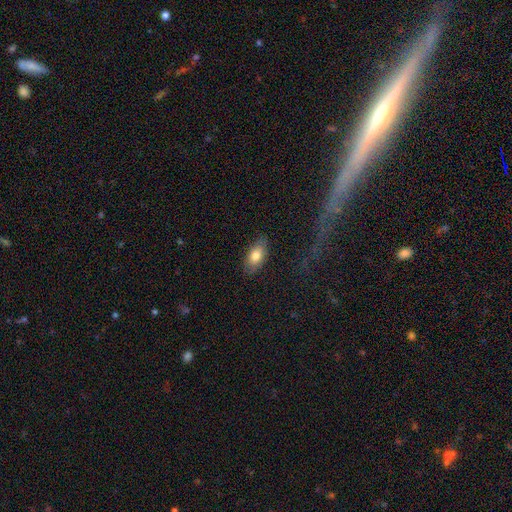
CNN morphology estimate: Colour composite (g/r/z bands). It shows a smooth galaxy with no disk features (77%) that is in between round and cigar-shaped (90%). Merging: none (83%).